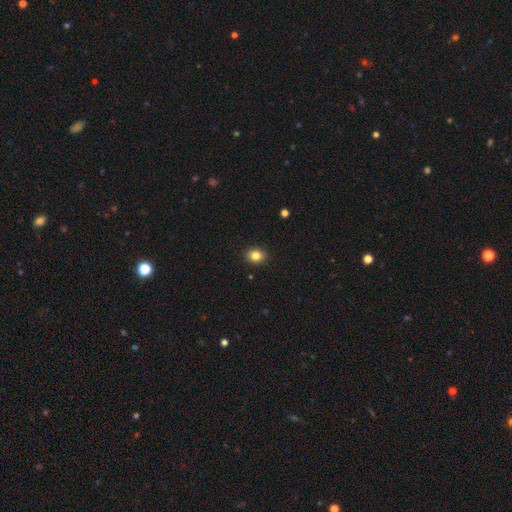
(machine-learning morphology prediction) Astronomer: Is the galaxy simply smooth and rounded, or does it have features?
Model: smooth — 84%.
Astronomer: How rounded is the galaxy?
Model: round — 66%.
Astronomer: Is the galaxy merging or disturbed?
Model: none — 91%.